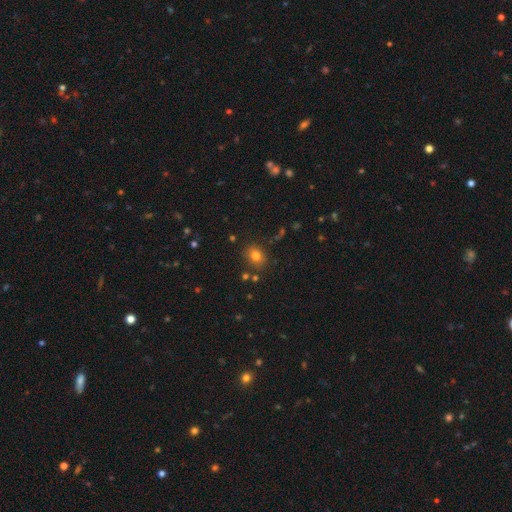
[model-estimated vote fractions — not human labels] A smooth galaxy with no disk features (77%) that is round (56%).

Vote fractions:
- Smooth or featured? smooth: 77% / star or artifact: 15% / featured or disk: 9%
- How rounded? round: 56% / in between: 43% / cigar-shaped: 1%
- Merging? none: 82% / minor disturbance: 11% / merger: 4% / major disturbance: 3%